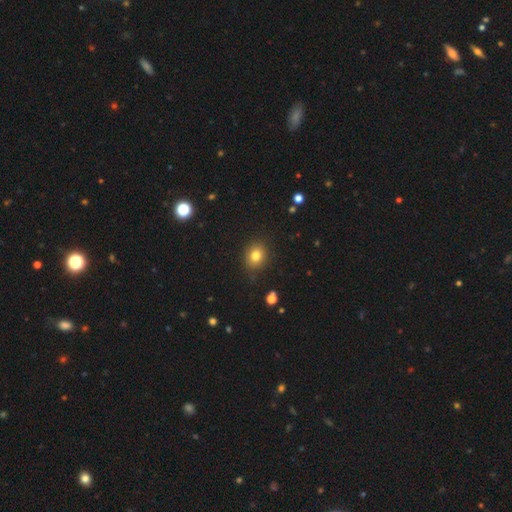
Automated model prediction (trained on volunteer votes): Smooth or featured: smooth — 80% (star or artifact — 13%)
How rounded: round — 65% (in between — 34%)
Merging: none — 85% (minor disturbance — 11%)